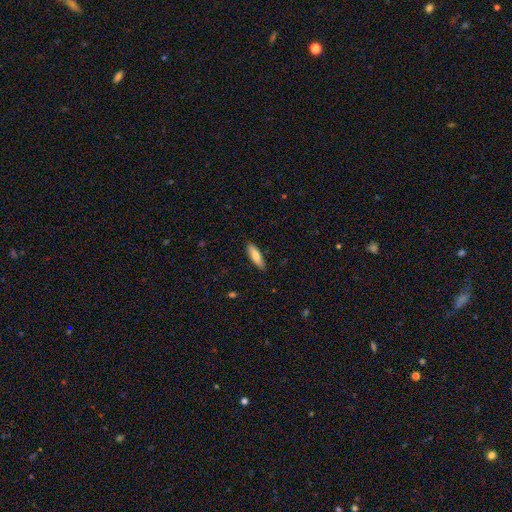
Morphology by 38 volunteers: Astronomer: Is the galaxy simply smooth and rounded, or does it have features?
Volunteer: smooth — 82%.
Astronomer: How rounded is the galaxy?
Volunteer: cigar-shaped — 58% (runner-up: in between, 42%).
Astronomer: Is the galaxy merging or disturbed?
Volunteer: none — 89%.